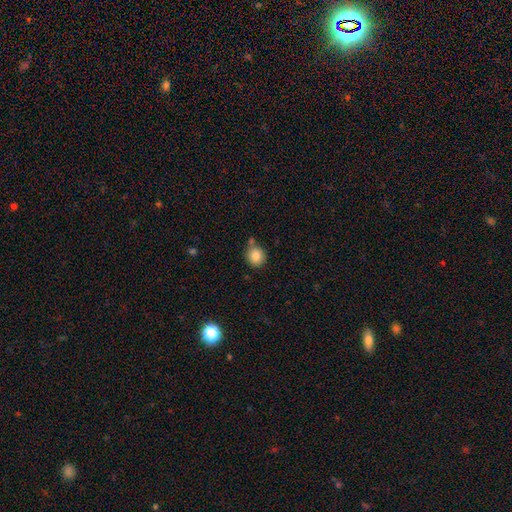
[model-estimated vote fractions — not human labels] Q: Smooth or featured?
A: smooth (84%); runner-up: star or artifact (10%)
Q: How rounded?
A: round (85%); runner-up: in between (14%)
Q: Merging?
A: none (69%); runner-up: minor disturbance (15%)